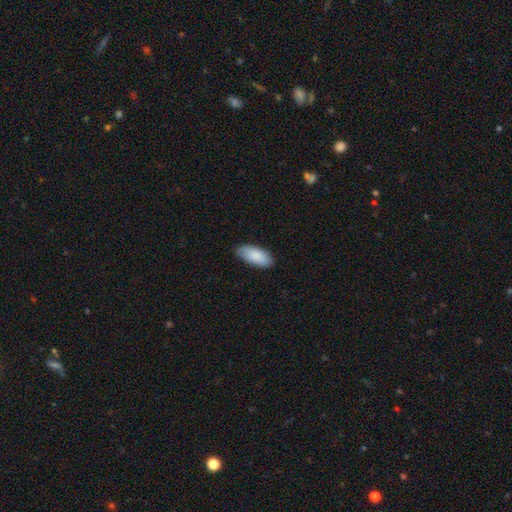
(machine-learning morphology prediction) This is clearly a smooth galaxy (88%). How rounded: clearly in between (89%). Merging: likely none (80%).